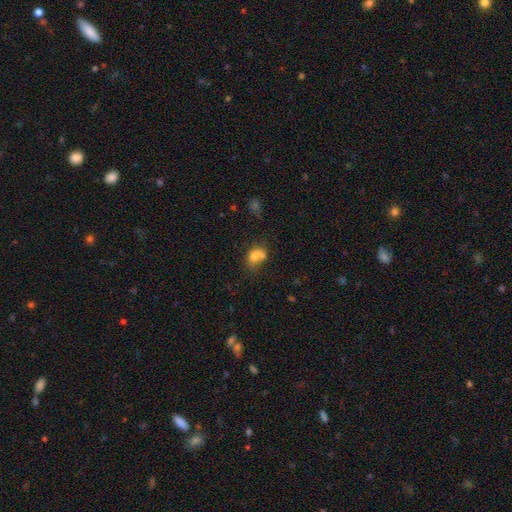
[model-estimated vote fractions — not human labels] Q: Smooth or featured?
A: smooth (70%); runner-up: featured or disk (18%)
Q: How rounded?
A: in between (59%); runner-up: round (40%)
Q: Merging?
A: merger (41%); runner-up: none (28%)